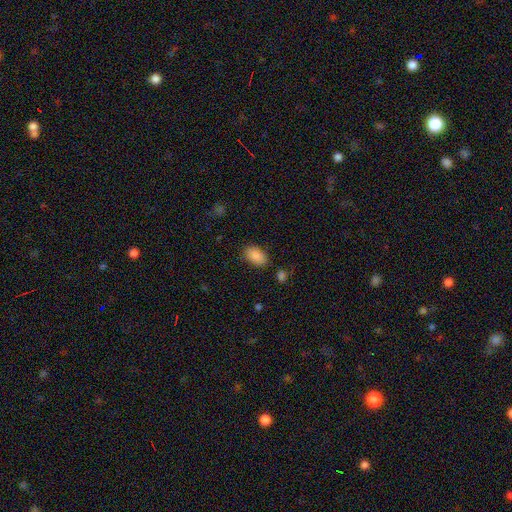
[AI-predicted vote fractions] Smooth or featured? smooth (88%)
How rounded? in between (91%)
Merging? none (81%)